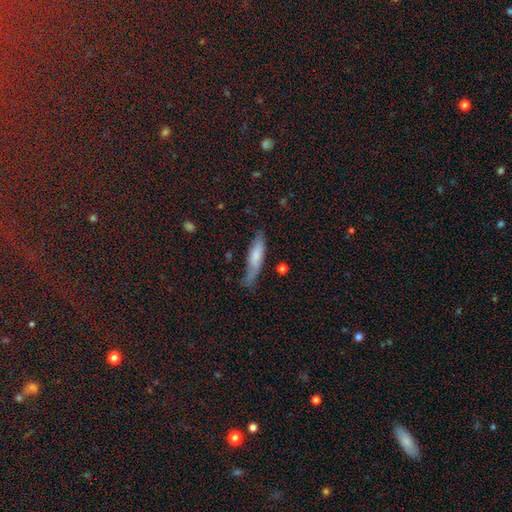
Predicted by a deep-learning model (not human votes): Smooth or featured? Predicted: smooth (p=0.56). How rounded? Predicted: cigar-shaped (p=0.74). Merging? Predicted: none (p=0.63).